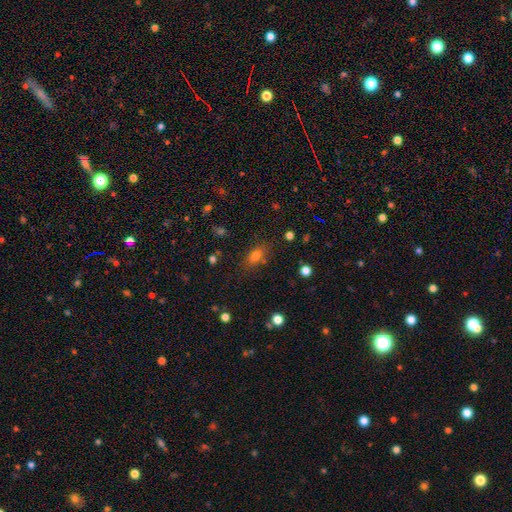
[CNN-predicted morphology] This appears to be a smooth galaxy with no disk features (76%) that is in between round and cigar-shaped (79%). Merging: none (74%).